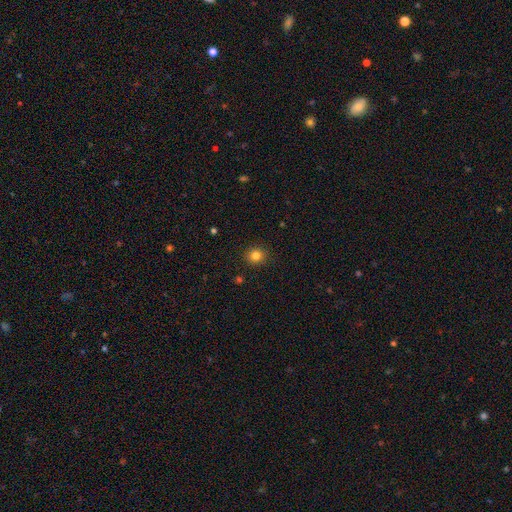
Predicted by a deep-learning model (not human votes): A smooth galaxy with no disk features (82%) that is round (88%). Merging: none (91%).